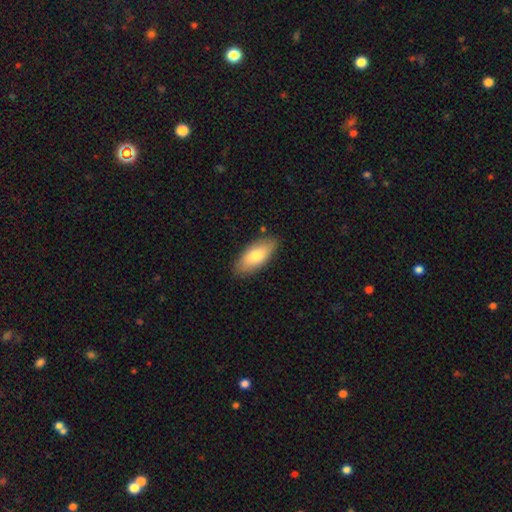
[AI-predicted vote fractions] Overall: smooth (75%). How rounded: in between (86%). Merging: none (85%).